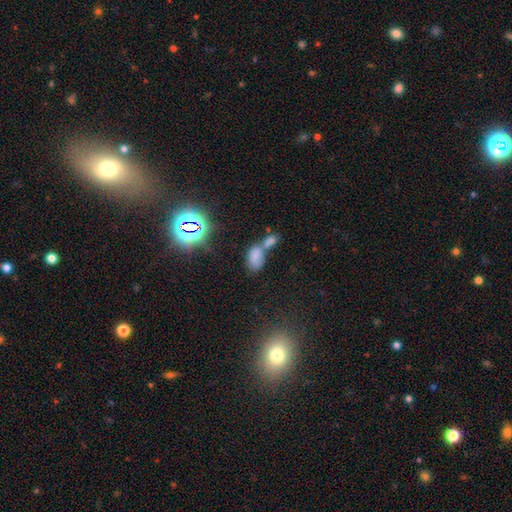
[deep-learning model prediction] Smooth or featured?
  - smooth: 67% *
  - star or artifact: 21%
  - featured or disk: 12%
How rounded?
  - in between: 91% *
  - round: 7%
  - cigar-shaped: 2%
Merging?
  - merger: 59% *
  - none: 24%
  - minor disturbance: 10%
  - major disturbance: 7%